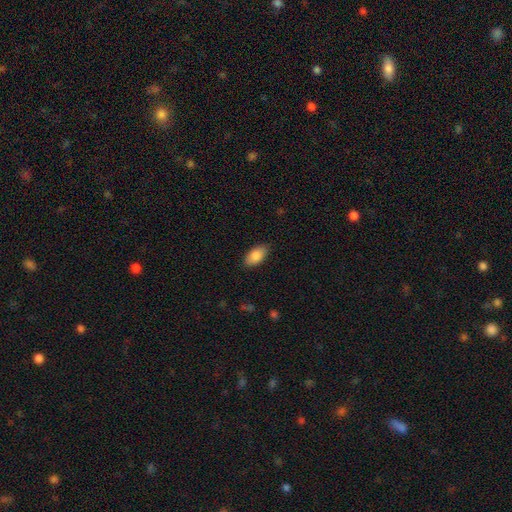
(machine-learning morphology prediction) smooth_or_featured: smooth (p=0.86) [alt: featured or disk p=0.07]
how_rounded: in between (p=0.94) [alt: cigar-shaped p=0.03]
merging: none (p=0.85) [alt: minor disturbance p=0.11]